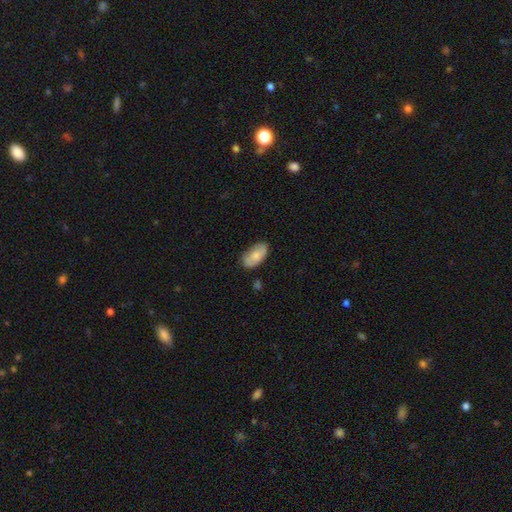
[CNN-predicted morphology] Smooth or featured? smooth (75%)
How rounded? in between (94%)
Merging? none (74%)